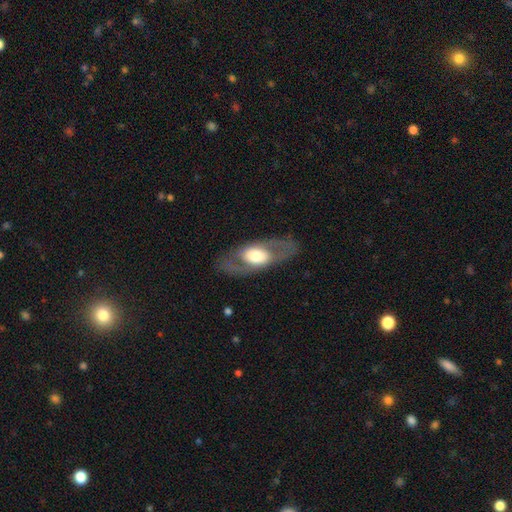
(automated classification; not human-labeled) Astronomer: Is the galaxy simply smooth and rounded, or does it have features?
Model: featured or disk — 64%.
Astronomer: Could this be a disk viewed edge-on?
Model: no — 83%.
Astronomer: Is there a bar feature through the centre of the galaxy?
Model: no — 74%.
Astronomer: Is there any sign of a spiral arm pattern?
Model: no — 63%.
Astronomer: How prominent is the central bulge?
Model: large — 44% (runner-up: moderate, 41%).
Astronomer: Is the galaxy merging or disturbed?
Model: none — 78%.